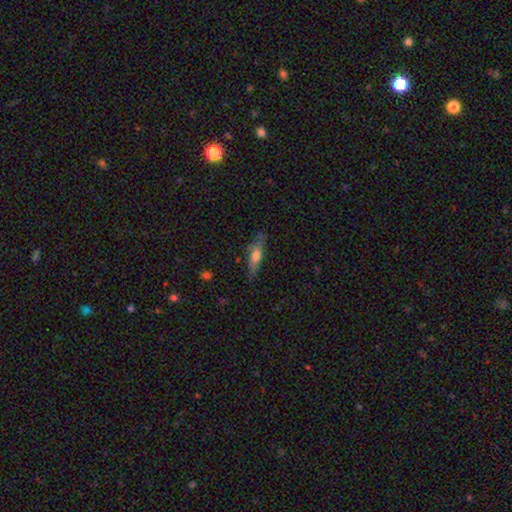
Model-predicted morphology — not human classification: The model was most divided on "how rounded": cigar-shaped: 56%, in between: 42%, round: 2%. More confident: merging — none (66%); smooth or featured — smooth (61%).